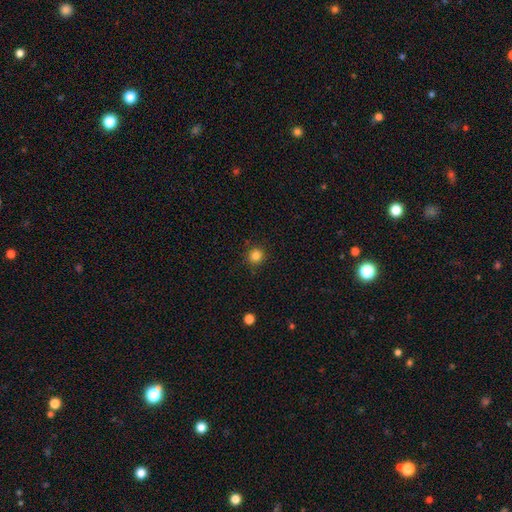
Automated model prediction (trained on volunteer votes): smooth-or-featured: smooth: 84% | star or artifact: 12% | featured or disk: 4%
  how-rounded: round: 92% | in between: 7% | cigar-shaped: 1%
  merging: none: 89% | minor disturbance: 8% | major disturbance: 2% | merger: 2%